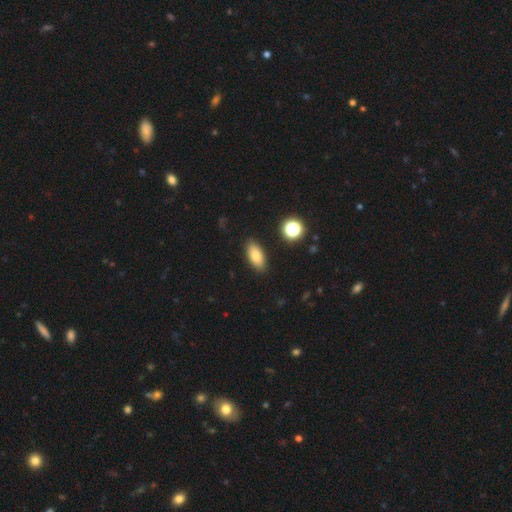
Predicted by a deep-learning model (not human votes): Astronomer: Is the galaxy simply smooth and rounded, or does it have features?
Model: smooth — 80%.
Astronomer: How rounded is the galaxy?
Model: in between — 86%.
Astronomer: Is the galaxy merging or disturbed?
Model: none — 88%.